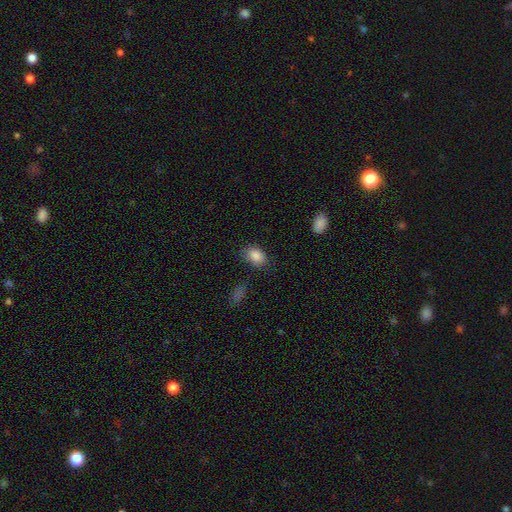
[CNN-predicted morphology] Smooth or featured? smooth (87%)
How rounded? in between (83%)
Merging? none (77%)